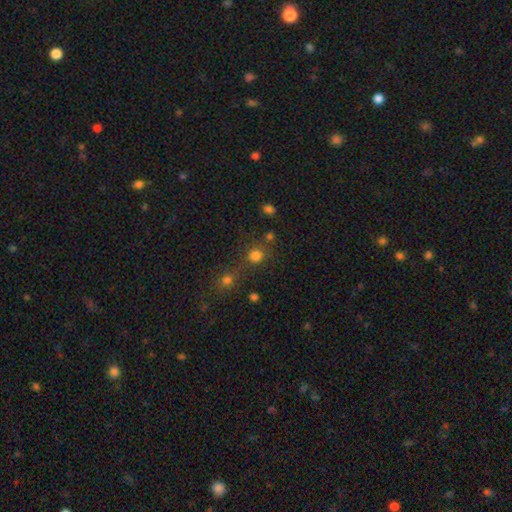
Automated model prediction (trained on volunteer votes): This is likely a smooth galaxy (77%). How rounded: clearly round (88%). Merging: likely none (64%).